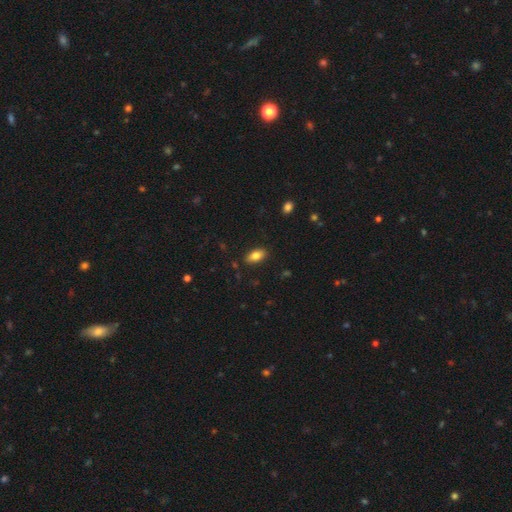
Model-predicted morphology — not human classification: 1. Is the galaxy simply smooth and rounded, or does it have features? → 81% smooth, 11% featured or disk, 8% star or artifact.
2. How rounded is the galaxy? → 90% in between, 6% cigar-shaped, 5% round.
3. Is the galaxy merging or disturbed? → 87% none, 9% minor disturbance, 2% major disturbance, 1% merger.